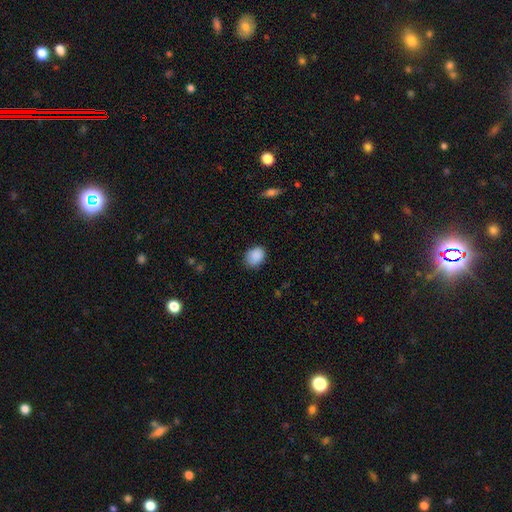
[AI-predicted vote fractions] Q: Smooth or featured?
A: smooth (89%); runner-up: star or artifact (7%)
Q: How rounded?
A: in between (58%); runner-up: round (41%)
Q: Merging?
A: none (79%); runner-up: minor disturbance (16%)